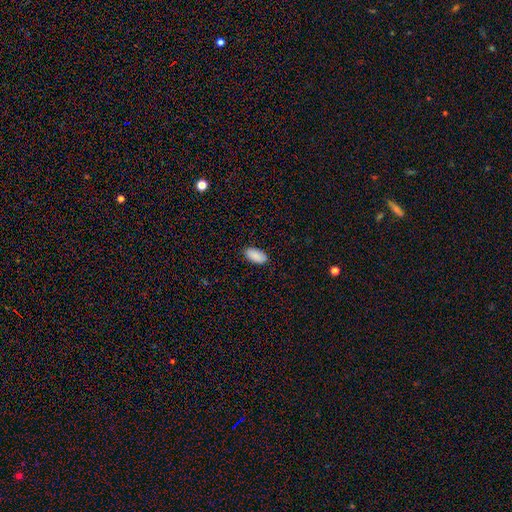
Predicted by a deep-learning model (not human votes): Overall: smooth (90%). How rounded: in between (95%). Merging: none (88%).